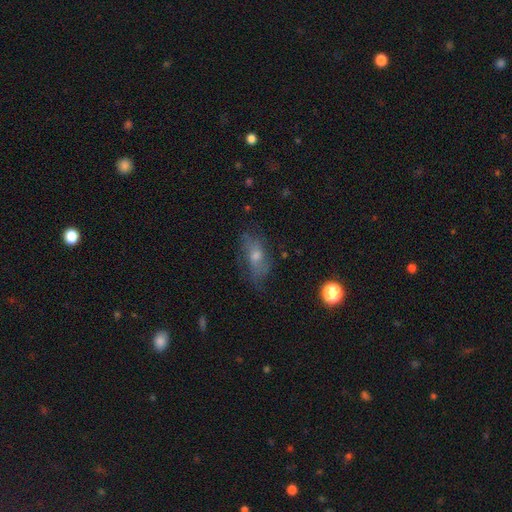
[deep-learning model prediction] Q: Smooth or featured?
A: smooth (45%); runner-up: featured or disk (40%)
Q: Merging?
A: none (62%); runner-up: minor disturbance (23%)